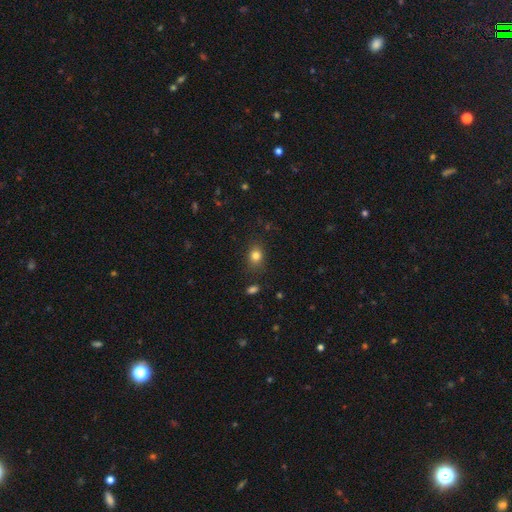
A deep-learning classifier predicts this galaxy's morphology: Smooth or featured?
  - smooth: 81% *
  - star or artifact: 12%
  - featured or disk: 7%
How rounded?
  - in between: 51% *
  - round: 48%
  - cigar-shaped: 1%
Merging?
  - none: 84% *
  - minor disturbance: 11%
  - major disturbance: 3%
  - merger: 2%